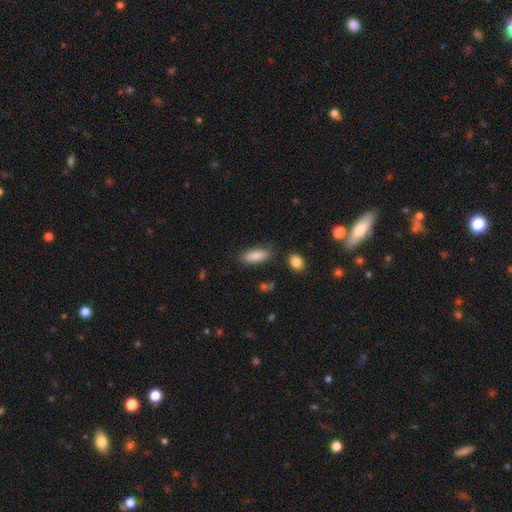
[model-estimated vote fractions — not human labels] Q: Smooth or featured?
A: smooth (86%); runner-up: featured or disk (7%)
Q: How rounded?
A: in between (67%); runner-up: cigar-shaped (31%)
Q: Merging?
A: none (81%); runner-up: minor disturbance (13%)